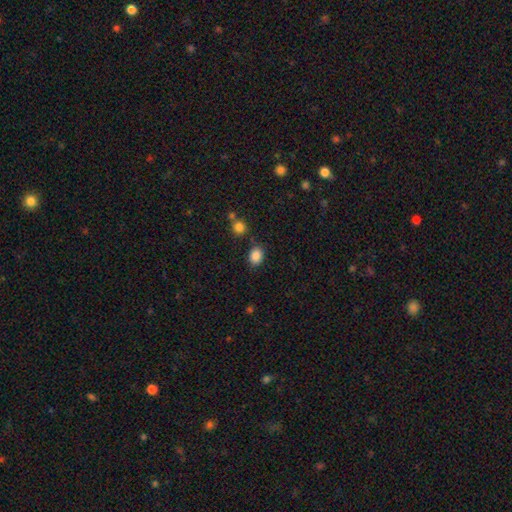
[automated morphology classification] Smooth or featured: smooth — 86% (star or artifact — 10%)
How rounded: in between — 58% (round — 41%)
Merging: none — 78% (minor disturbance — 13%)